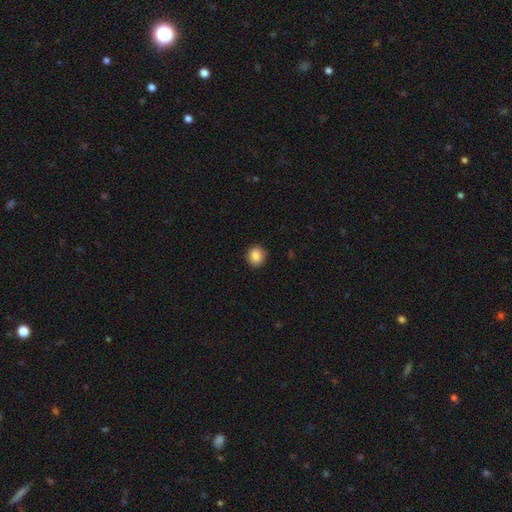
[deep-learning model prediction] Smooth or featured? smooth (86%)
How rounded? round (89%)
Merging? none (89%)